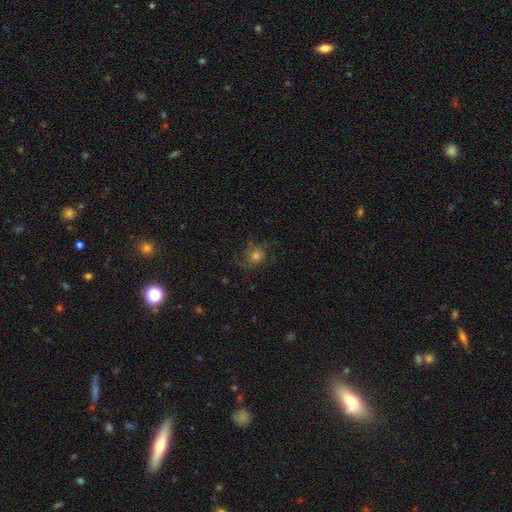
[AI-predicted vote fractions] The model was most divided on "smooth or featured": featured or disk: 41%, smooth: 40%, star or artifact: 20%. More confident: merging — none (62%).